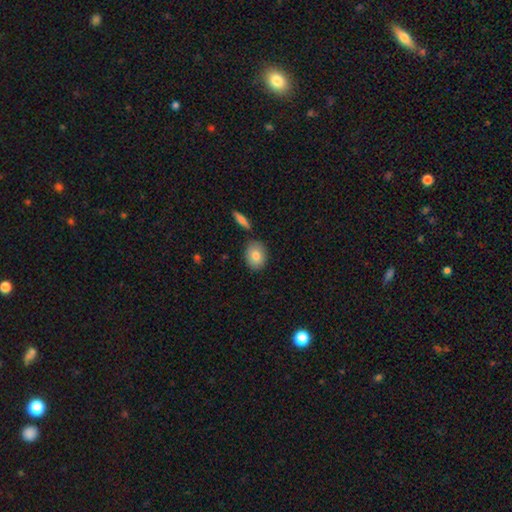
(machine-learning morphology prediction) This is clearly a smooth galaxy (81%). How rounded: likely in between (61%). Merging: clearly none (81%).